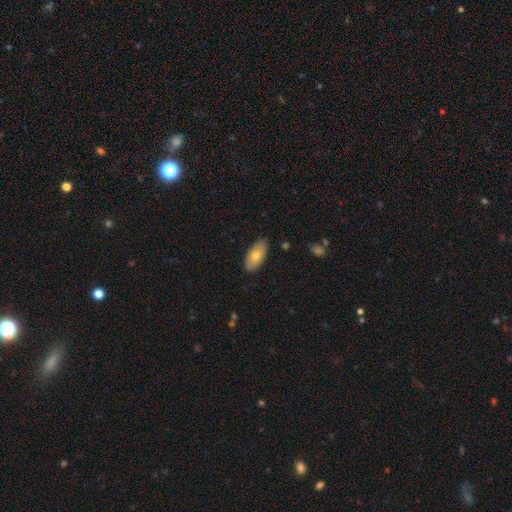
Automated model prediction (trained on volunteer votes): Smooth or featured? Predicted: smooth (p=0.72). How rounded? Predicted: in between (p=0.92). Merging? Predicted: none (p=0.87).